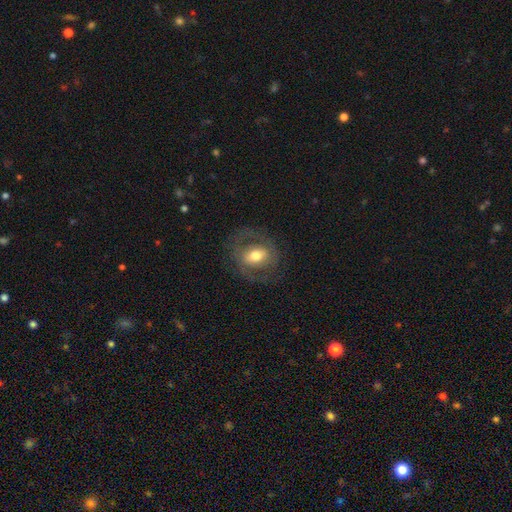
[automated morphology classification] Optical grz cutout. It shows a featured or disk galaxy (49%). Merging: none (73%).